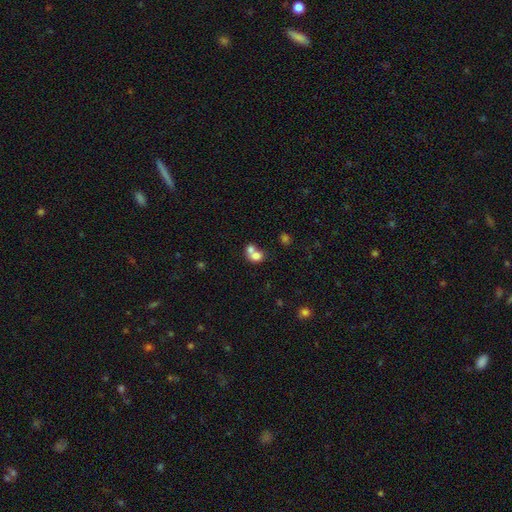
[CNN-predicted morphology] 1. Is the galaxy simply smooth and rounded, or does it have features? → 73% smooth, 17% featured or disk, 11% star or artifact.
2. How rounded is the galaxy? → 60% round, 39% in between, 1% cigar-shaped.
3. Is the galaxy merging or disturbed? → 68% merger, 24% none, 6% minor disturbance, 3% major disturbance.